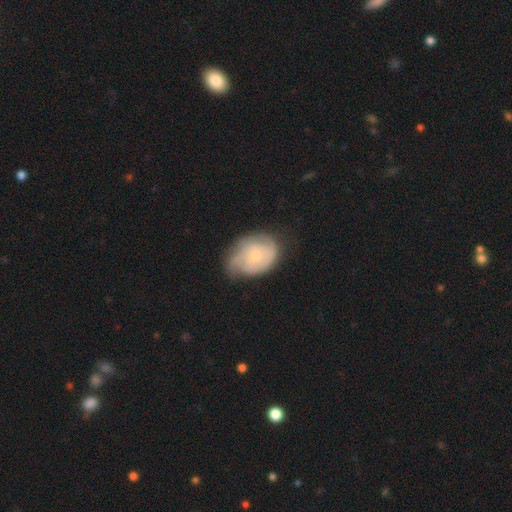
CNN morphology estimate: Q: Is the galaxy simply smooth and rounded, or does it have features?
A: featured or disk — 53%.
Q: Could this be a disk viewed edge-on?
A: no — 97%.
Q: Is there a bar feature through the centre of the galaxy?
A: no — 75%.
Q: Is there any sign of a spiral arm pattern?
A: yes — 81%.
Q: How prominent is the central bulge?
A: small — 61%.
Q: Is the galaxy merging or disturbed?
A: none — 54%.